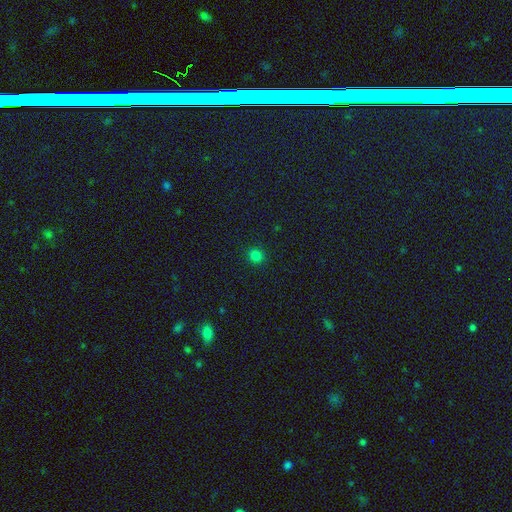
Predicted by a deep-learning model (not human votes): A smooth galaxy with no disk features (81%) that is round (86%). Merging: none (91%).